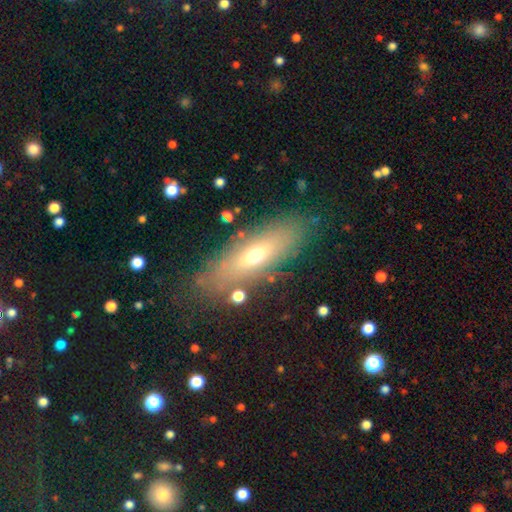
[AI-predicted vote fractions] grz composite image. It shows a smooth galaxy with no disk features (54%) that is in between round and cigar-shaped (58%). Merging: none (80%).